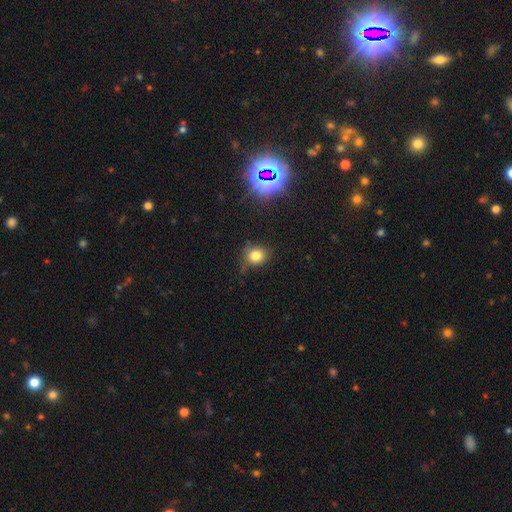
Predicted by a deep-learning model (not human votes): Smooth or featured? smooth (77%)
How rounded? round (73%)
Merging? none (69%)